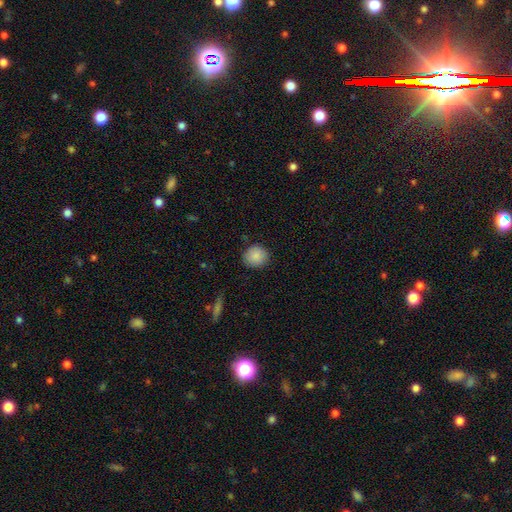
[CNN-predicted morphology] This is clearly a smooth galaxy (88%). How rounded: clearly round (89%). Merging: clearly none (87%).